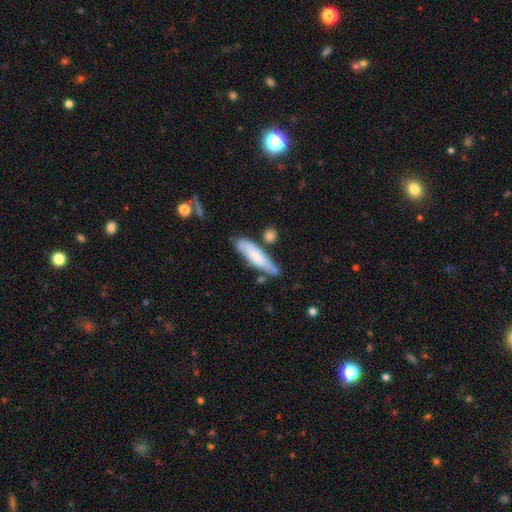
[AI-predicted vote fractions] Morphology: type=smooth (70%); roundness=cigar-shaped (70%); merging=none (64%).